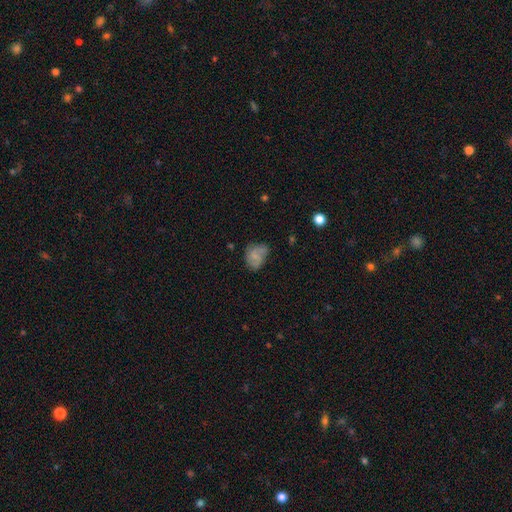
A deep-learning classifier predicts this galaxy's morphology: Q: Smooth or featured?
A: smooth (56%); runner-up: featured or disk (33%)
Q: How rounded?
A: in between (62%); runner-up: round (37%)
Q: Merging?
A: none (50%); runner-up: minor disturbance (31%)